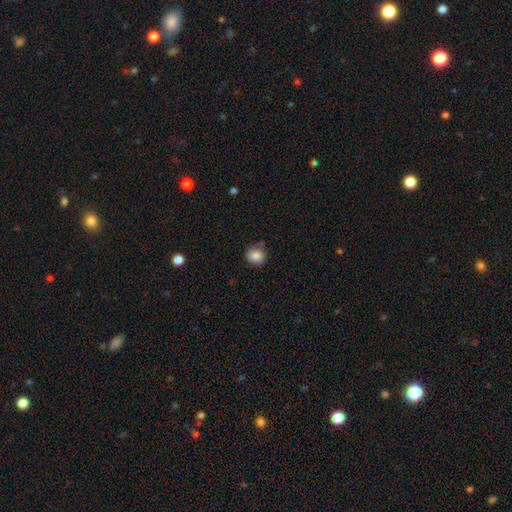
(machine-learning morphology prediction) smooth_or_featured: smooth (p=0.85) [alt: star or artifact p=0.10]
how_rounded: round (p=0.89) [alt: in between p=0.10]
merging: none (p=0.78) [alt: minor disturbance p=0.15]